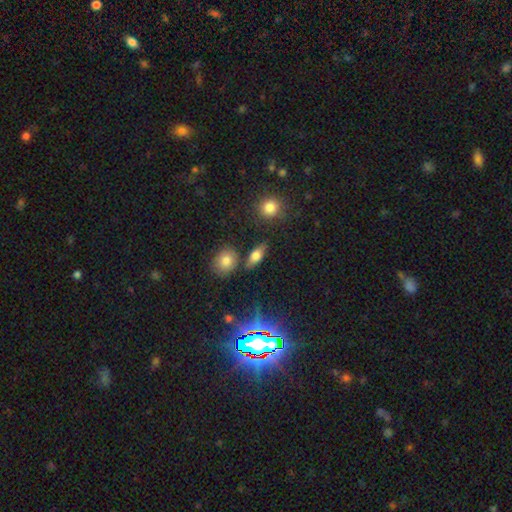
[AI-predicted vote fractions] Q: Smooth or featured?
A: smooth (65%); runner-up: featured or disk (22%)
Q: How rounded?
A: in between (69%); runner-up: cigar-shaped (18%)
Q: Merging?
A: none (77%); runner-up: minor disturbance (12%)